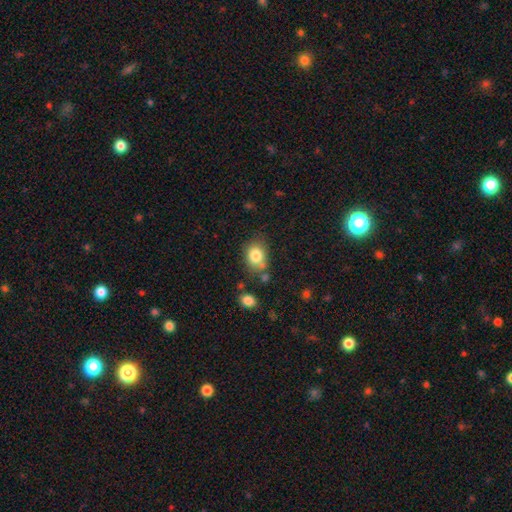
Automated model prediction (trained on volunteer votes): Q: Smooth or featured?
A: smooth (81%); runner-up: star or artifact (10%)
Q: How rounded?
A: in between (51%); runner-up: round (48%)
Q: Merging?
A: none (64%); runner-up: minor disturbance (19%)